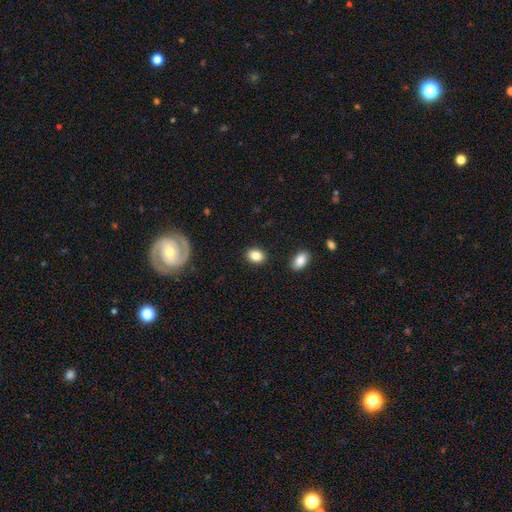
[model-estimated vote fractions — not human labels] The model was most divided on "how rounded": in between: 70%, round: 29%, cigar-shaped: 1%. More confident: merging — none (88%); smooth or featured — smooth (85%).